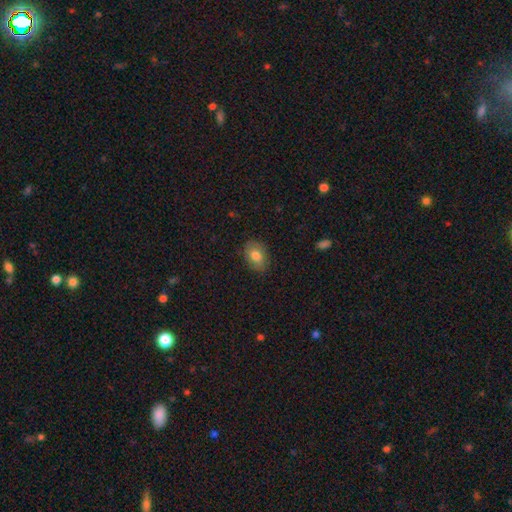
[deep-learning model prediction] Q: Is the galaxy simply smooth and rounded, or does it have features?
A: smooth — 78%.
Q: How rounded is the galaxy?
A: in between — 80%.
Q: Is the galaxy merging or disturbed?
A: none — 83%.